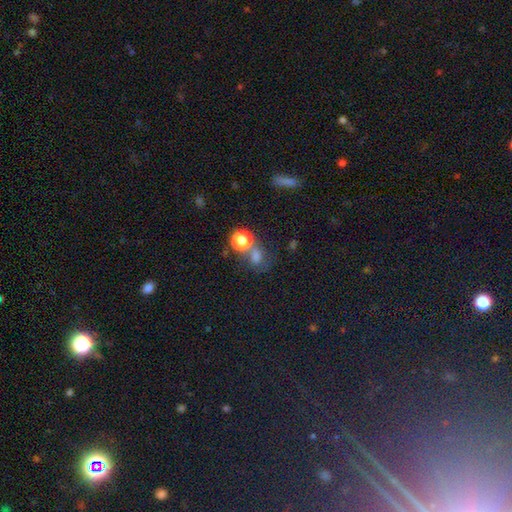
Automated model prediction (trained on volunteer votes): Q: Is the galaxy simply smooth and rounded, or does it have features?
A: smooth — 64%.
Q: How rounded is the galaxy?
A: round — 66%.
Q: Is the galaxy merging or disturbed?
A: none — 43%.